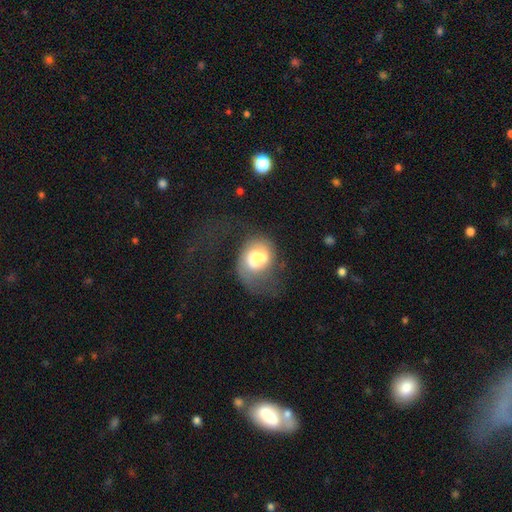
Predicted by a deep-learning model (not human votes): smooth_or_featured: smooth (p=0.47) [alt: featured or disk p=0.44]
merging: major disturbance (p=0.32) [alt: merger p=0.31]